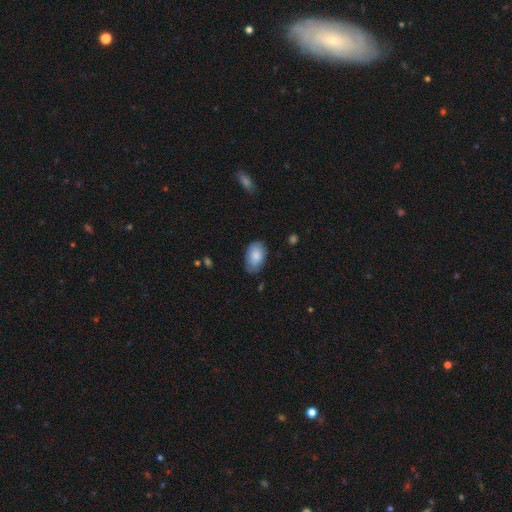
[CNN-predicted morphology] smooth 83%, featured or disk 11%, star or artifact 6%. Down the decision tree: how rounded — in between (91%); merging — none (71%).